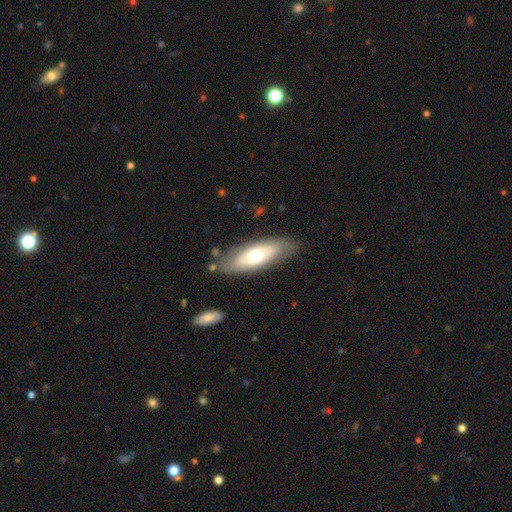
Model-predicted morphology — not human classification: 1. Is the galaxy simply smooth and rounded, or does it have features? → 56% smooth, 38% featured or disk, 6% star or artifact.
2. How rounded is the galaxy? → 64% in between, 34% cigar-shaped, 2% round.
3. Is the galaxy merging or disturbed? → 79% none, 14% minor disturbance, 4% major disturbance, 3% merger.